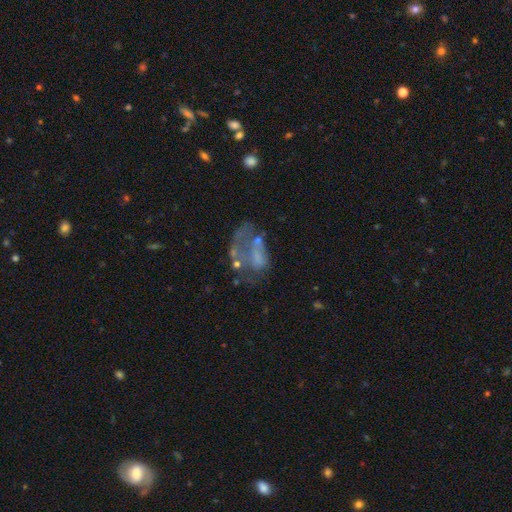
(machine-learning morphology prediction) Q: Smooth or featured?
A: featured or disk (53%); runner-up: smooth (31%)
Q: Edge-on disk?
A: no (97%); runner-up: yes (3%)
Q: Bar?
A: no (88%); runner-up: weak (10%)
Q: Spiral arms?
A: no (87%); runner-up: yes (13%)
Q: Bulge size?
A: none (67%); runner-up: small (15%)
Q: Merging?
A: major disturbance (43%); runner-up: none (25%)